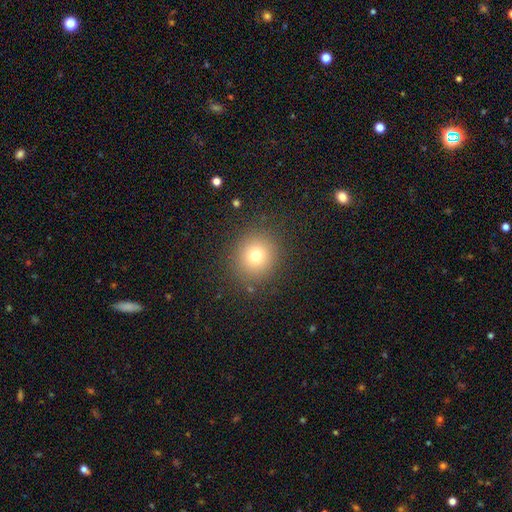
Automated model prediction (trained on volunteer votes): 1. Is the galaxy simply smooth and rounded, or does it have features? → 76% smooth, 15% star or artifact, 9% featured or disk.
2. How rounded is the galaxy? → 90% round, 9% in between, 1% cigar-shaped.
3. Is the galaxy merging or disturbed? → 88% none, 7% minor disturbance, 3% major disturbance, 1% merger.